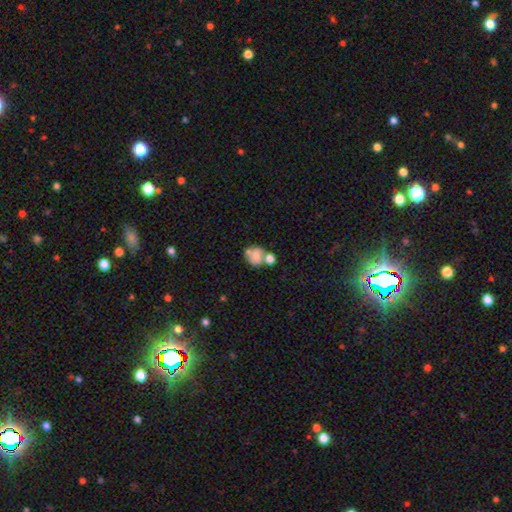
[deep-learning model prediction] Smooth or featured? smooth (70%)
How rounded? round (58%)
Merging? merger (43%)